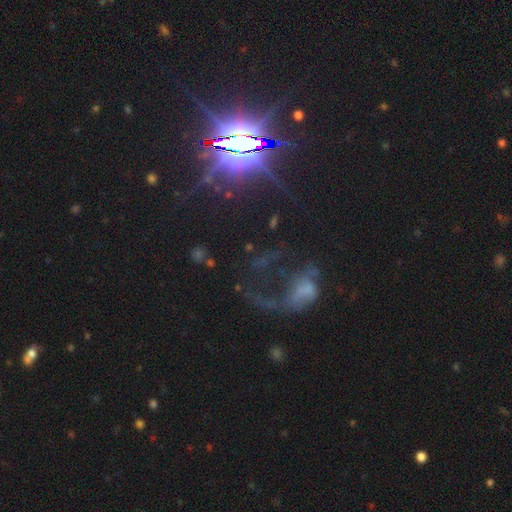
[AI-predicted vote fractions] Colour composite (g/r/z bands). It shows a star or artifact, not a galaxy (44%).